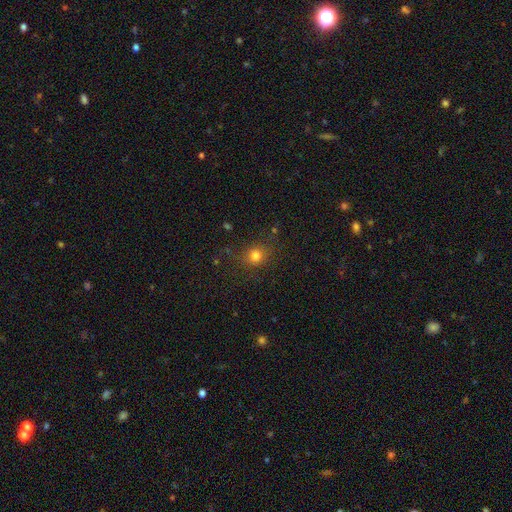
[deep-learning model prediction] Morphology: type=smooth (76%); roundness=round (80%); merging=none (81%).